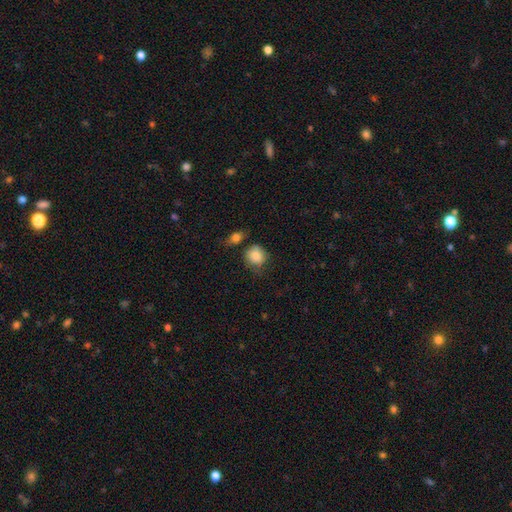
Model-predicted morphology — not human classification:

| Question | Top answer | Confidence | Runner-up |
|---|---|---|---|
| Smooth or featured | smooth | 84% | featured or disk (8%) |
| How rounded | round | 80% | in between (19%) |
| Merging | none | 59% | minor disturbance (24%) |